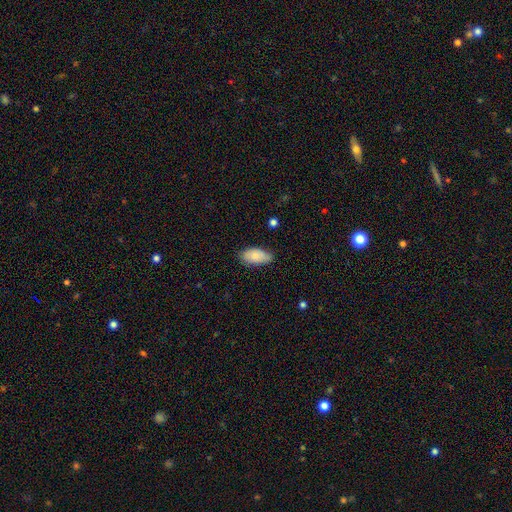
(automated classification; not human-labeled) Smooth or featured: smooth — 82% (featured or disk — 12%)
How rounded: in between — 93% (cigar-shaped — 4%)
Merging: none — 68% (minor disturbance — 27%)